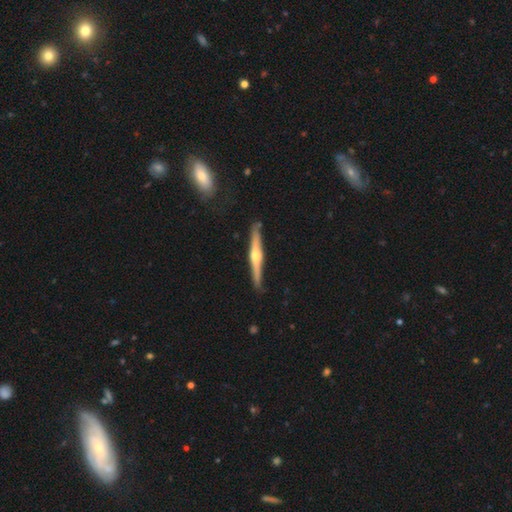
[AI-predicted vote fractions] A featured or disk galaxy (74%) viewed edge-on (98%) with a rounded central bulge (90%).

Vote fractions:
- Smooth or featured? featured or disk: 74% / smooth: 21% / star or artifact: 5%
- Edge-on disk? yes: 98% / no: 2%
- Edge-on bulge? rounded: 90% / none: 5% / boxy: 5%
- Merging? none: 87% / minor disturbance: 10% / major disturbance: 2% / merger: 2%